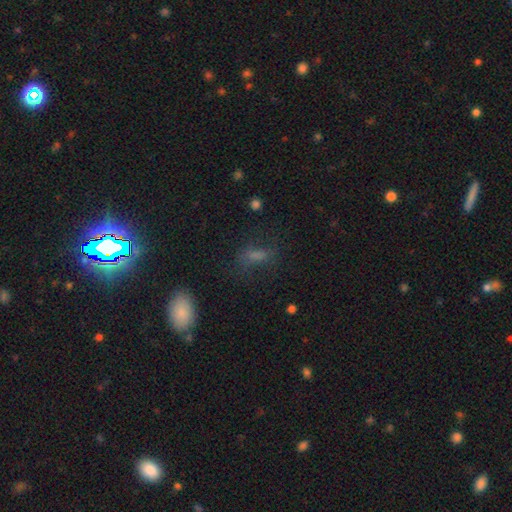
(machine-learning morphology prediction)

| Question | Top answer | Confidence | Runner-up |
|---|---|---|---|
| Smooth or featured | smooth | 61% | star or artifact (23%) |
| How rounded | in between | 70% | cigar-shaped (18%) |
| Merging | none | 56% | minor disturbance (20%) |